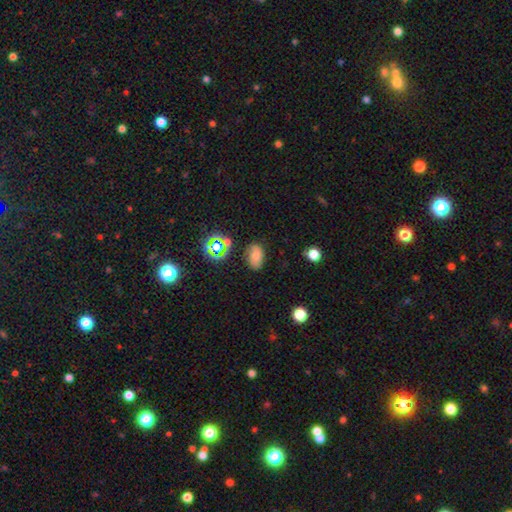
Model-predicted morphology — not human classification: smooth_or_featured: smooth (p=0.65) [alt: star or artifact p=0.18]
how_rounded: in between (p=0.86) [alt: round p=0.13]
merging: none (p=0.70) [alt: minor disturbance p=0.21]